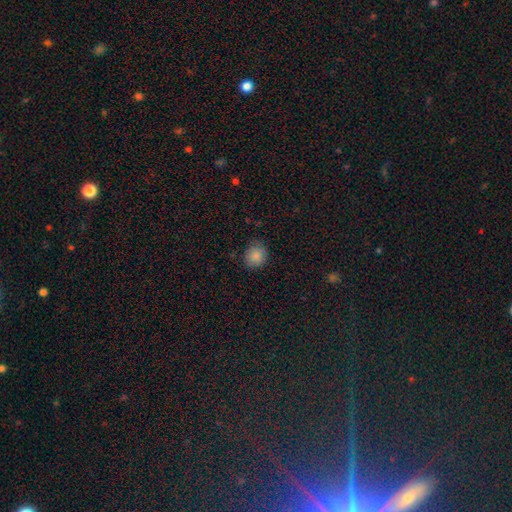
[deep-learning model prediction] smooth_or_featured: smooth (p=0.86) [alt: star or artifact p=0.10]
how_rounded: round (p=0.84) [alt: in between p=0.15]
merging: none (p=0.83) [alt: minor disturbance p=0.13]